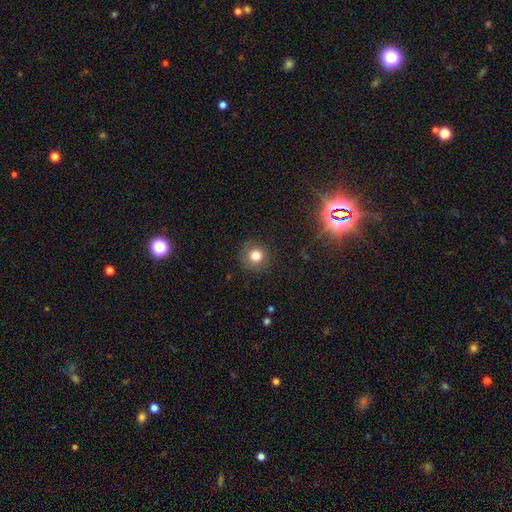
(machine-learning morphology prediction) Smooth or featured?
  - smooth: 78% *
  - star or artifact: 13%
  - featured or disk: 9%
How rounded?
  - round: 93% *
  - in between: 6%
  - cigar-shaped: 1%
Merging?
  - none: 83% *
  - minor disturbance: 11%
  - major disturbance: 4%
  - merger: 1%